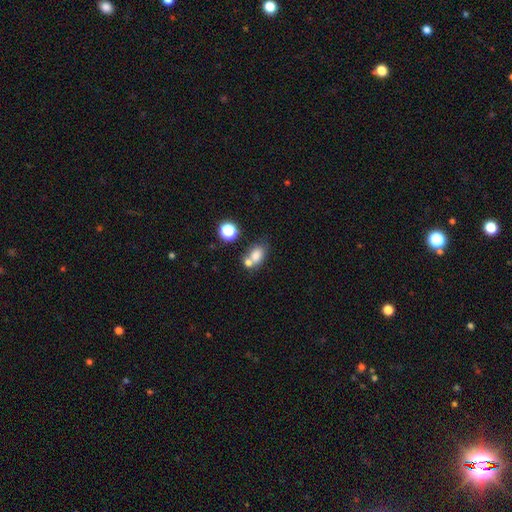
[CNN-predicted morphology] Overall: smooth (76%). How rounded: in between (69%; round 29%). Merging: merger (42%; none 41%).